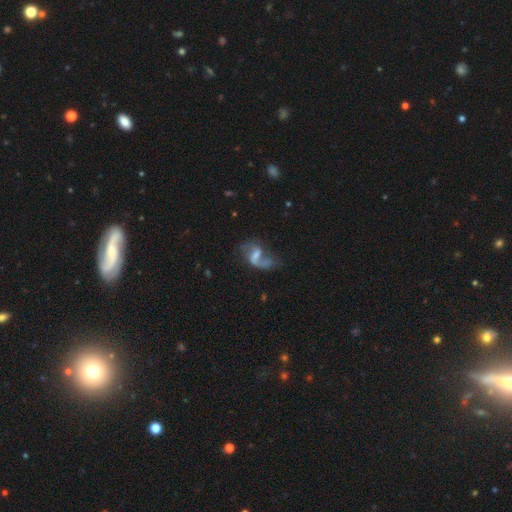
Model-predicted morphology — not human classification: Smooth or featured: featured or disk — 73% (smooth — 19%)
Edge-on disk: no — 97% (yes — 3%)
Bar: weak — 48% (no — 28%)
Spiral arms: yes — 82% (no — 18%)
Spiral winding: loose — 71% (medium — 23%)
Spiral arm count: 2 — 58% (1 — 35%)
Bulge size: small — 36% (none — 31%)
Merging: none — 36% (major disturbance — 34%)